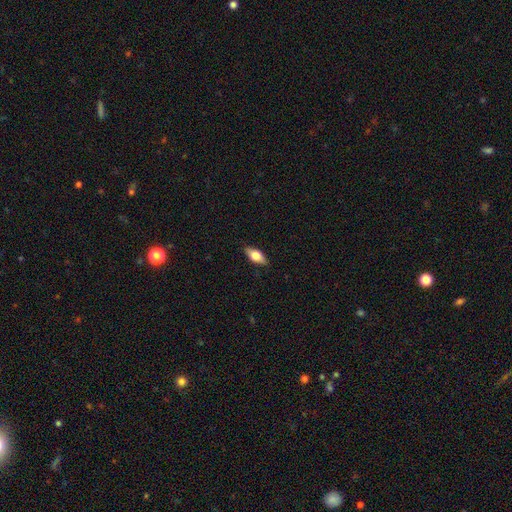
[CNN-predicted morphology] Smooth or featured? smooth (64%)
How rounded? in between (81%)
Merging? none (86%)